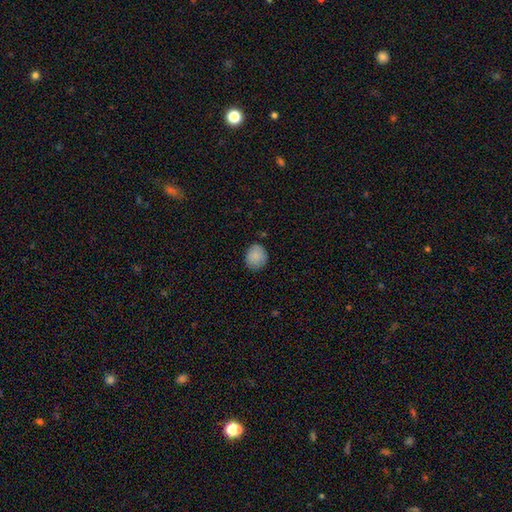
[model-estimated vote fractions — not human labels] Overall: smooth (88%). How rounded: round (76%). Merging: none (83%).